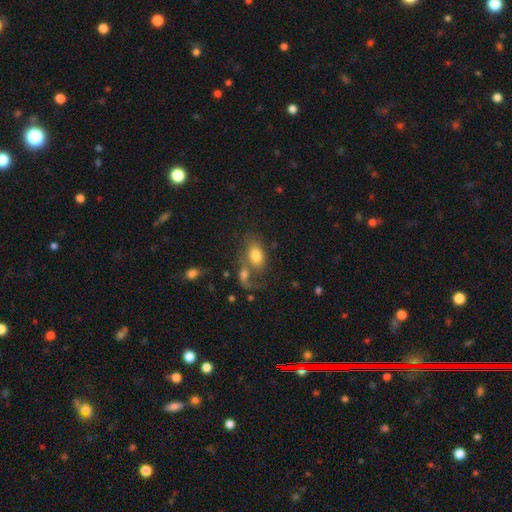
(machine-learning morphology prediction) Smooth or featured? Predicted: smooth (p=0.72). How rounded? Predicted: in between (p=0.88). Merging? Predicted: merger (p=0.42).